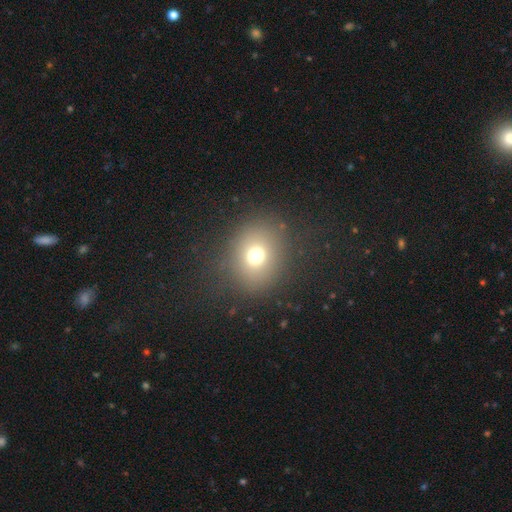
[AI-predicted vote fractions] smooth_or_featured: smooth (p=0.70) [alt: star or artifact p=0.18]
how_rounded: round (p=0.73) [alt: in between p=0.26]
merging: none (p=0.83) [alt: minor disturbance p=0.09]